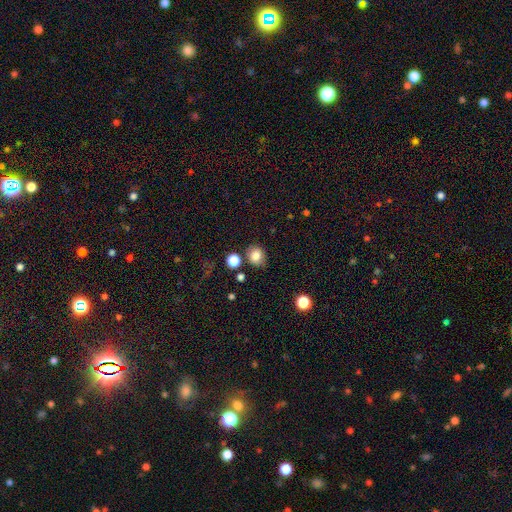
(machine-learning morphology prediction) smooth_or_featured: smooth (p=0.81) [alt: star or artifact p=0.11]
how_rounded: round (p=0.69) [alt: in between p=0.31]
merging: none (p=0.78) [alt: minor disturbance p=0.13]